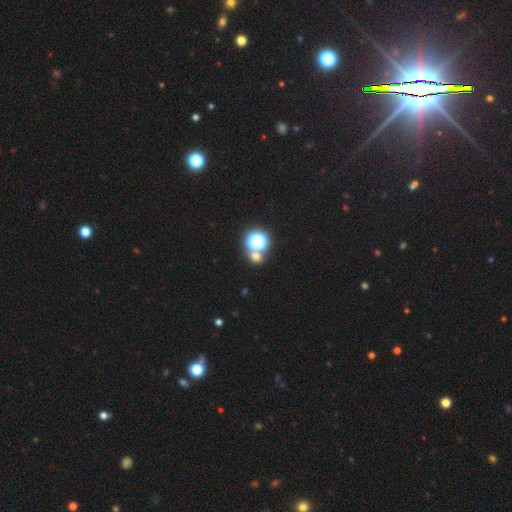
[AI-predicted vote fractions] The model was most divided on "smooth or featured": smooth: 56%, star or artifact: 36%, featured or disk: 8%. More confident: how rounded — round (79%); merging — none (63%).